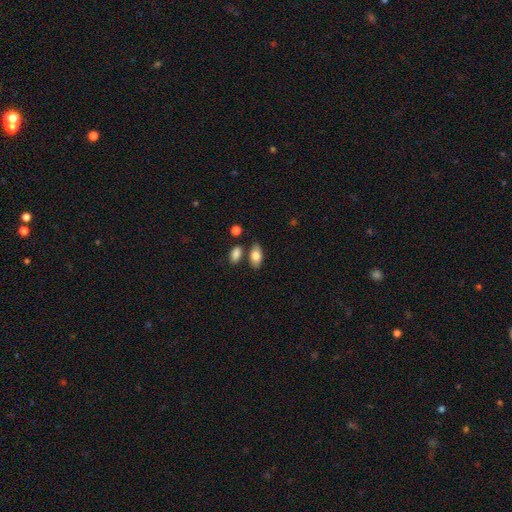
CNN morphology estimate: Smooth or featured: smooth — 81% (featured or disk — 13%)
How rounded: in between — 91% (cigar-shaped — 5%)
Merging: none — 73% (minor disturbance — 13%)